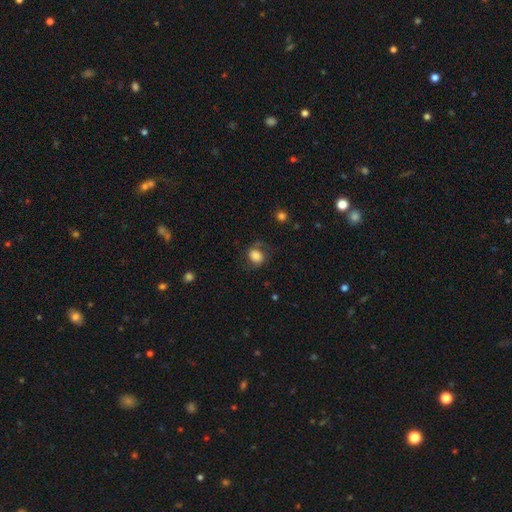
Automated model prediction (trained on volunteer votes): Smooth or featured? smooth (73%)
How rounded? in between (54%)
Merging? none (63%)